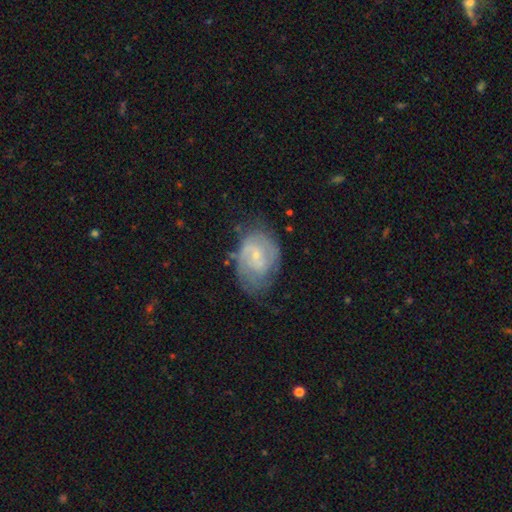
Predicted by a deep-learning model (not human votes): Q: Smooth or featured?
A: featured or disk (71%); runner-up: smooth (23%)
Q: Edge-on disk?
A: no (97%); runner-up: yes (3%)
Q: Bar?
A: no (52%); runner-up: weak (40%)
Q: Spiral arms?
A: yes (84%); runner-up: no (16%)
Q: Spiral winding?
A: tight (46%); runner-up: medium (40%)
Q: Spiral arm count?
A: 2 (46%); runner-up: can't tell (35%)
Q: Bulge size?
A: small (74%); runner-up: moderate (21%)
Q: Merging?
A: none (56%); runner-up: minor disturbance (27%)